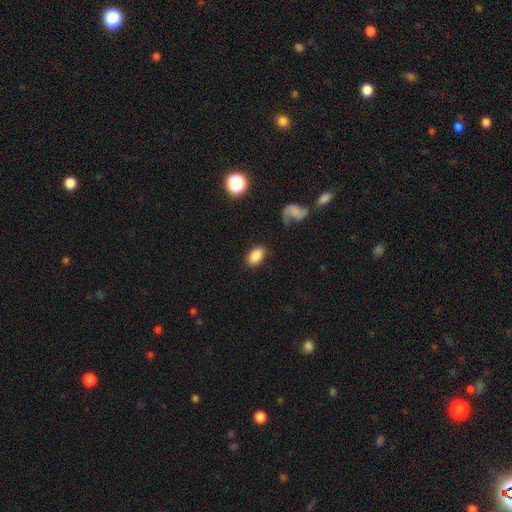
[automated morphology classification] Overall: smooth (85%). How rounded: in between (89%). Merging: none (83%).